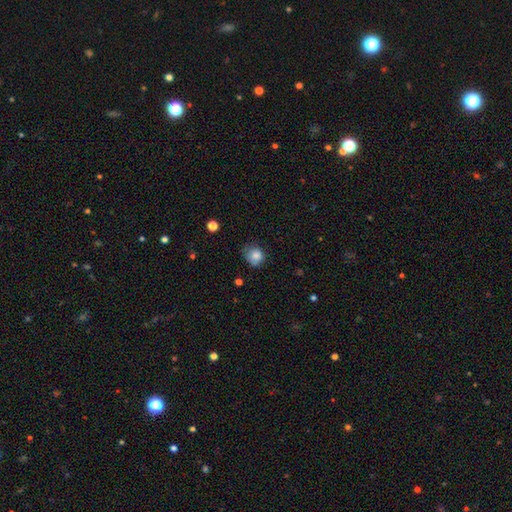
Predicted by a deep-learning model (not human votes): Smooth or featured: smooth — 82% (star or artifact — 10%)
How rounded: round — 76% (in between — 23%)
Merging: none — 54% (minor disturbance — 33%)